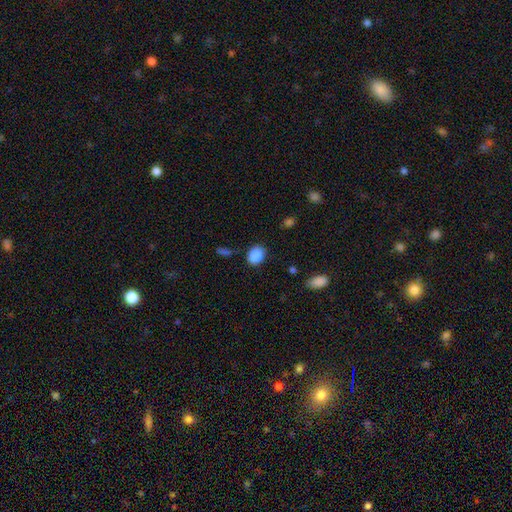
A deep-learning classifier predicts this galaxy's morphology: Smooth or featured? smooth (86%)
How rounded? round (59%)
Merging? none (78%)